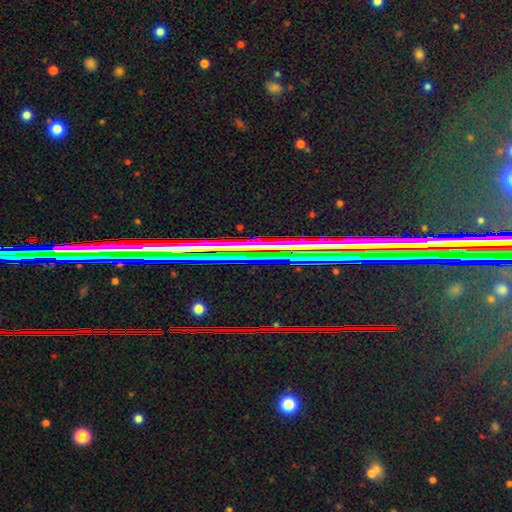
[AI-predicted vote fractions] Overall: star or artifact (78%).